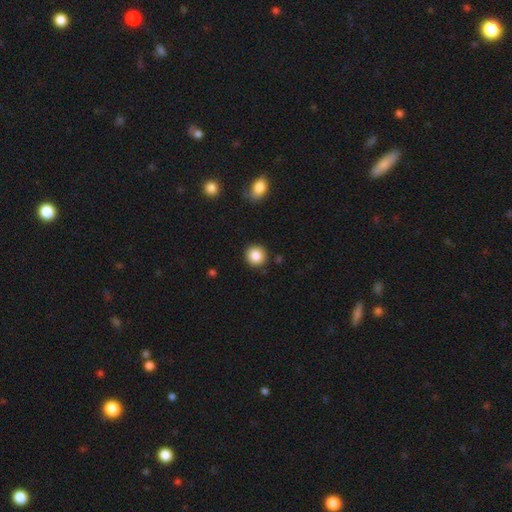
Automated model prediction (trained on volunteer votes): Overall: smooth (86%). How rounded: round (92%). Merging: none (90%).